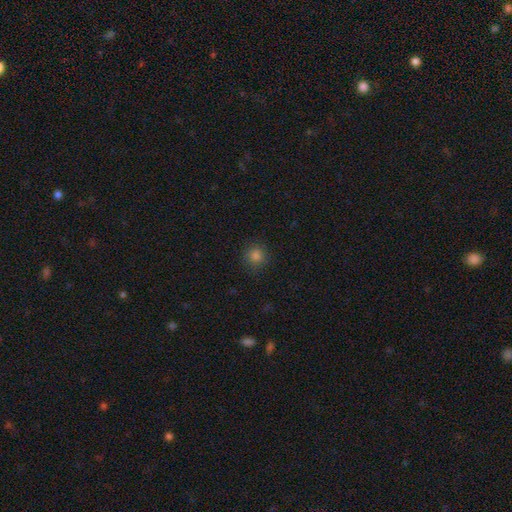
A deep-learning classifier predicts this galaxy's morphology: Overall: smooth (82%). How rounded: round (93%). Merging: none (89%).